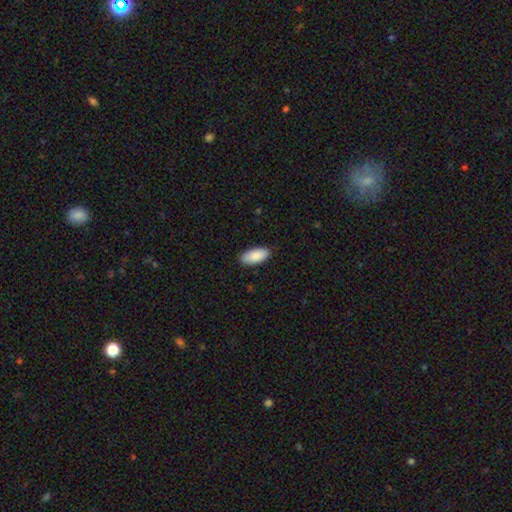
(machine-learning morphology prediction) Smooth or featured? smooth (89%)
How rounded? in between (93%)
Merging? none (87%)